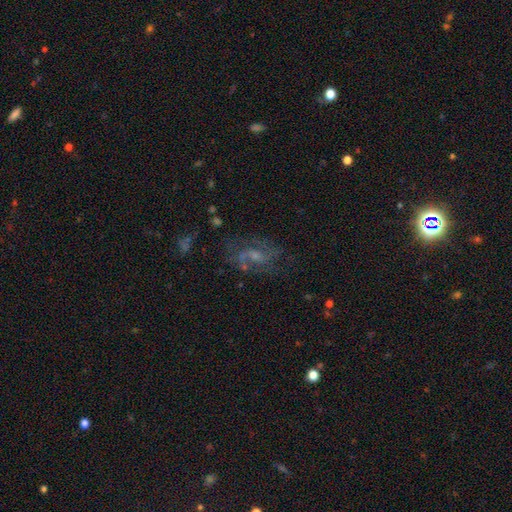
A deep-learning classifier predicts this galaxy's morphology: Smooth or featured? Predicted: featured or disk (p=0.71). Edge-on disk? Predicted: no (p=0.96). Bar? Predicted: weak (p=0.45). Spiral arms? Predicted: yes (p=0.86). Spiral winding? Predicted: medium (p=0.46). Spiral arm count? Predicted: 2 (p=0.75). Bulge size? Predicted: small (p=0.44). Merging? Predicted: none (p=0.60).